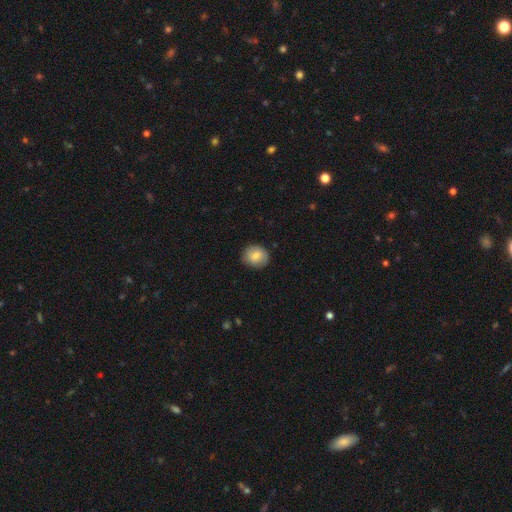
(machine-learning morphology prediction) Smooth or featured?
  - smooth: 83% *
  - featured or disk: 10%
  - star or artifact: 7%
How rounded?
  - round: 70% *
  - in between: 29%
  - cigar-shaped: 1%
Merging?
  - none: 84% *
  - minor disturbance: 12%
  - major disturbance: 3%
  - merger: 1%